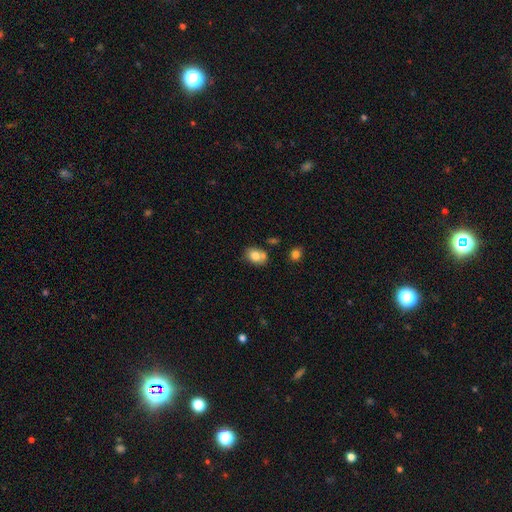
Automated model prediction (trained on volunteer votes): Smooth or featured? Predicted: smooth (p=0.77). How rounded? Predicted: in between (p=0.61). Merging? Predicted: none (p=0.52).